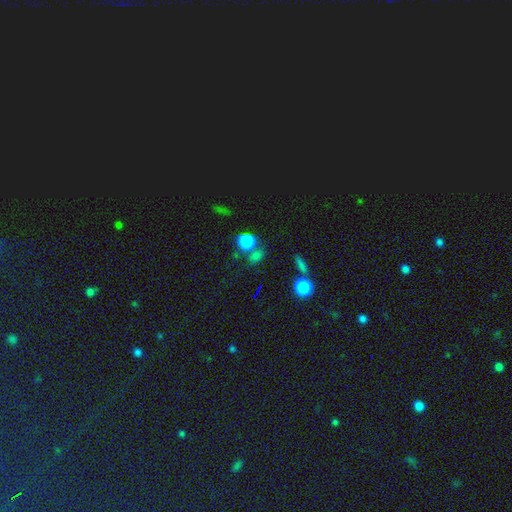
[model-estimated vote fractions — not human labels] Smooth or featured: smooth — 73% (star or artifact — 20%)
How rounded: round — 65% (in between — 32%)
Merging: none — 59% (merger — 22%)